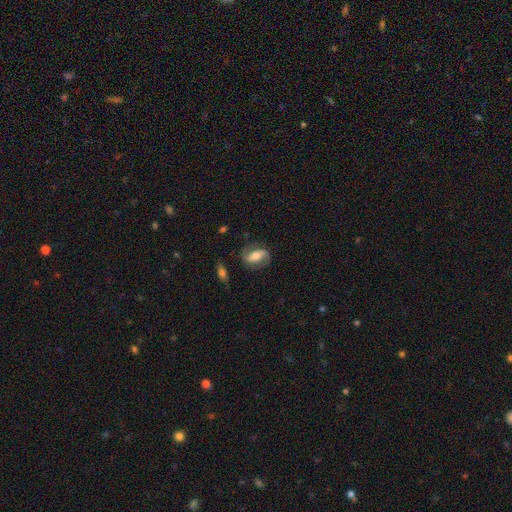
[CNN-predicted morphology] Smooth or featured?
  - featured or disk: 66% *
  - smooth: 27%
  - star or artifact: 7%
Edge-on disk?
  - no: 93% *
  - yes: 7%
Bar?
  - strong: 43% *
  - weak: 33%
  - no: 24%
Spiral arms?
  - yes: 88% *
  - no: 12%
Spiral winding?
  - medium: 43% *
  - loose: 34%
  - tight: 23%
Spiral arm count?
  - 2: 86% *
  - can't tell: 6%
  - 1: 5%
  - 3: 1%
  - 4: 1%
  - more than 4: 1%
Bulge size?
  - moderate: 53% *
  - small: 27%
  - large: 14%
  - none: 4%
  - dominant: 2%
Merging?
  - none: 73% *
  - minor disturbance: 17%
  - major disturbance: 8%
  - merger: 2%